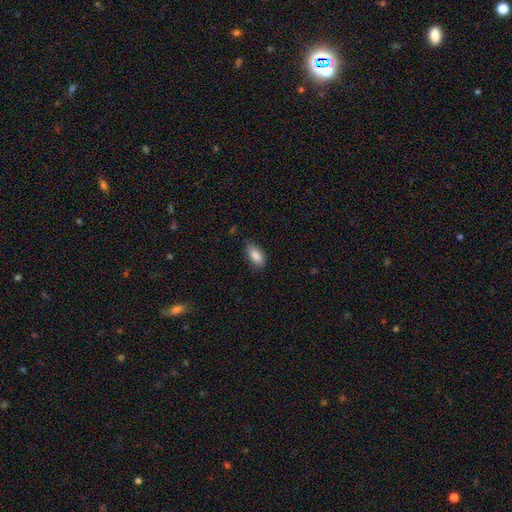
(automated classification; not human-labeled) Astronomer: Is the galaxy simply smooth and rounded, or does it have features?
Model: smooth — 88%.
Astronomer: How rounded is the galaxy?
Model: in between — 89%.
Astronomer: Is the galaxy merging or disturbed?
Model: none — 76%.